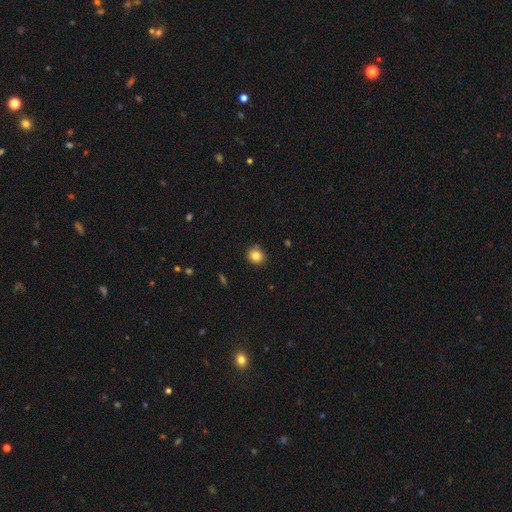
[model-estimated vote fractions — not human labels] This is clearly a smooth galaxy (83%). How rounded: clearly round (84%). Merging: clearly none (87%).